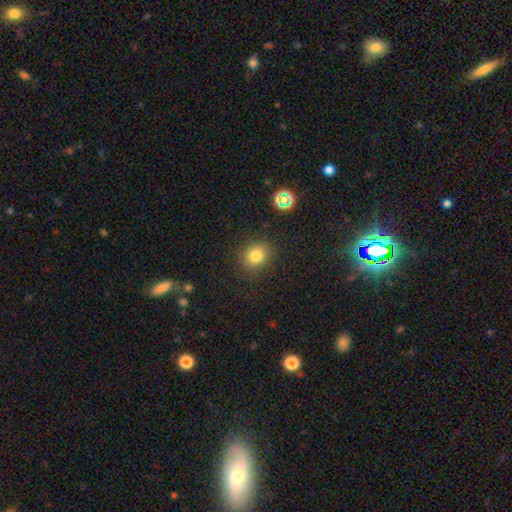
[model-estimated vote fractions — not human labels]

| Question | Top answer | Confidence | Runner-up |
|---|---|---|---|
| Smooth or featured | smooth | 80% | star or artifact (14%) |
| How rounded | round | 73% | in between (26%) |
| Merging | none | 86% | minor disturbance (9%) |